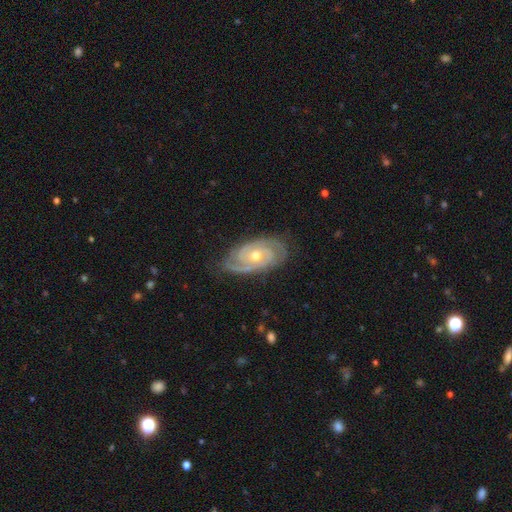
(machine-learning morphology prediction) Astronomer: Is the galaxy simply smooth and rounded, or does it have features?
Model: featured or disk — 91%.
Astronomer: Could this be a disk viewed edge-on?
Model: no — 96%.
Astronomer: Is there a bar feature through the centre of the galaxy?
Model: no — 73%.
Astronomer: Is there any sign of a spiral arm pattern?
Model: yes — 98%.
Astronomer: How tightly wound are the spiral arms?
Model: tight — 74%.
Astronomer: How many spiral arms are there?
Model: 2 — 62%.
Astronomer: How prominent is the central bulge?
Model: moderate — 59% (runner-up: small, 38%).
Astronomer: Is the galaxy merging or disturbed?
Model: none — 80%.